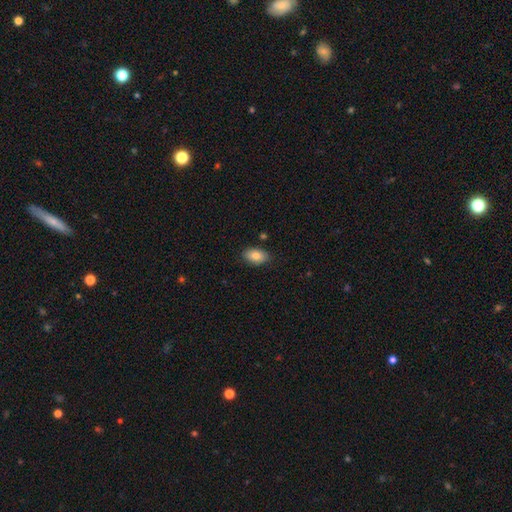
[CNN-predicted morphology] smooth_or_featured: smooth (p=0.83) [alt: featured or disk p=0.09]
how_rounded: in between (p=0.91) [alt: round p=0.07]
merging: none (p=0.85) [alt: minor disturbance p=0.11]